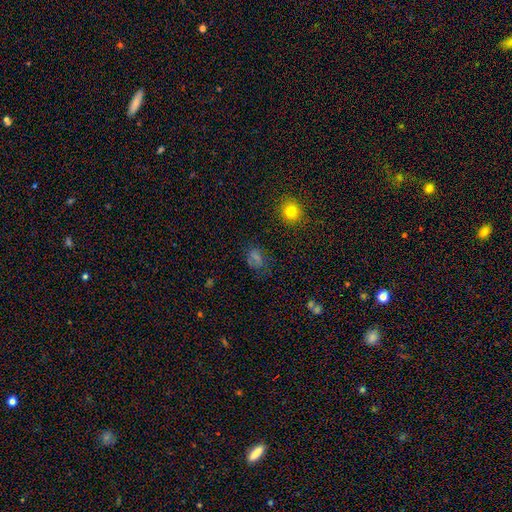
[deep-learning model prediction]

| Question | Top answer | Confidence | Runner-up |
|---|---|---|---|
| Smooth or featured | smooth | 51% | star or artifact (39%) |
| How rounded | round | 56% | in between (42%) |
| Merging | none | 81% | minor disturbance (11%) |